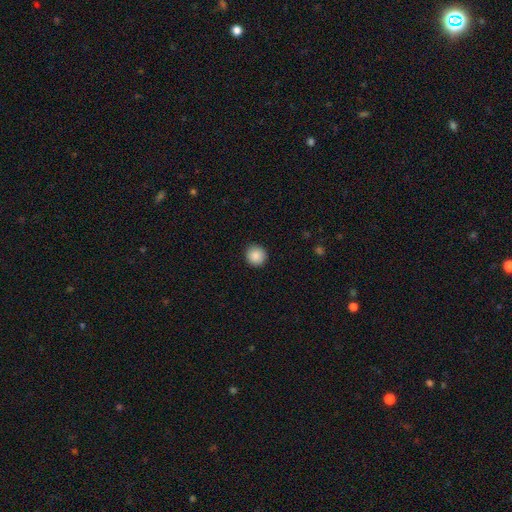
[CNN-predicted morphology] Smooth or featured?
  - smooth: 89% *
  - star or artifact: 8%
  - featured or disk: 3%
How rounded?
  - round: 94% *
  - in between: 5%
  - cigar-shaped: 1%
Merging?
  - none: 92% *
  - minor disturbance: 5%
  - major disturbance: 2%
  - merger: 1%